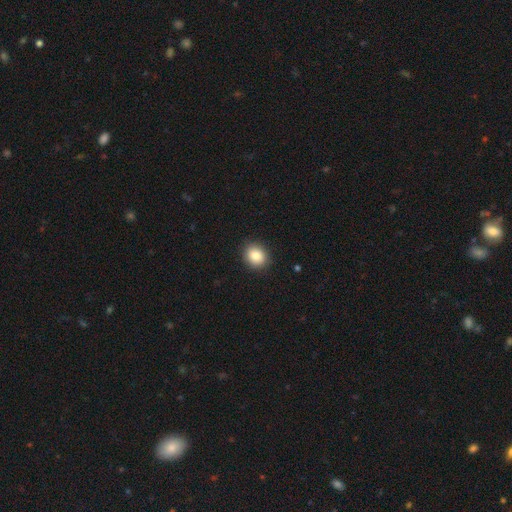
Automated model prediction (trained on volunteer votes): A smooth galaxy with no disk features (85%) that is round (67%). Merging: none (90%).